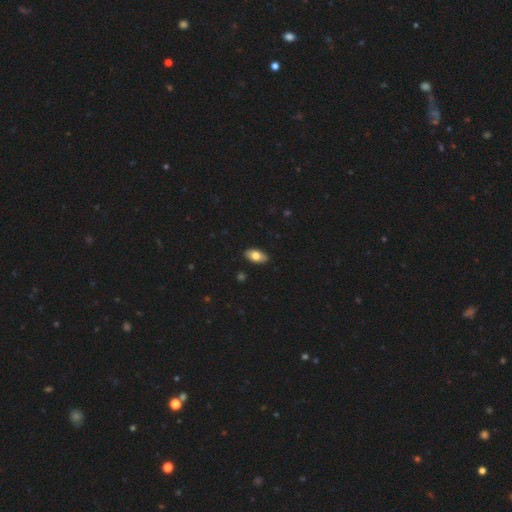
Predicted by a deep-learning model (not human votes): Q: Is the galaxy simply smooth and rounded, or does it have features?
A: smooth — 77%.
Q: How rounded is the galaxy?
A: in between — 93%.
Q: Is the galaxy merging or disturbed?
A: none — 89%.